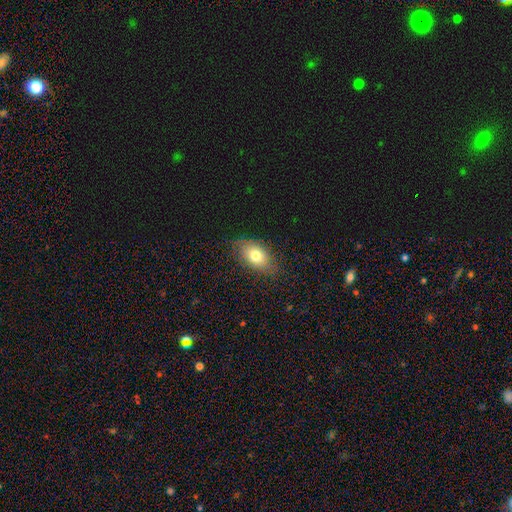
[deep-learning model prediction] Overall: smooth (73%). How rounded: in between (86%). Merging: none (78%).